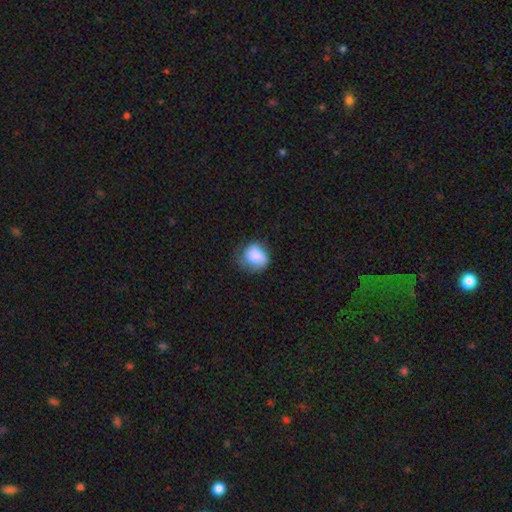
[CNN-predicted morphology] smooth_or_featured: smooth (p=0.79) [alt: featured or disk p=0.13]
how_rounded: round (p=0.63) [alt: in between p=0.36]
merging: none (p=0.51) [alt: minor disturbance p=0.34]